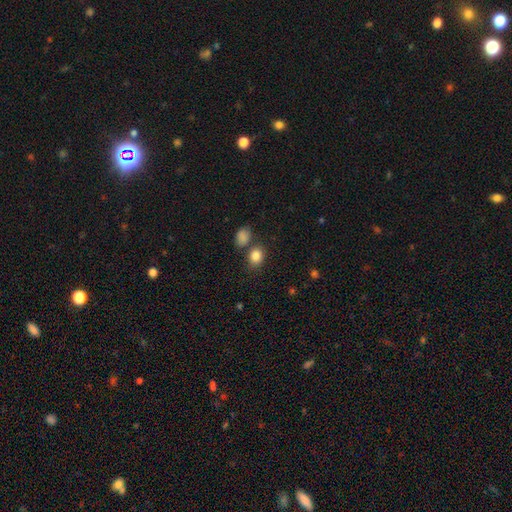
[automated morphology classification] smooth_or_featured: smooth (p=0.85) [alt: star or artifact p=0.10]
how_rounded: round (p=0.50) [alt: in between p=0.49]
merging: none (p=0.68) [alt: merger p=0.17]